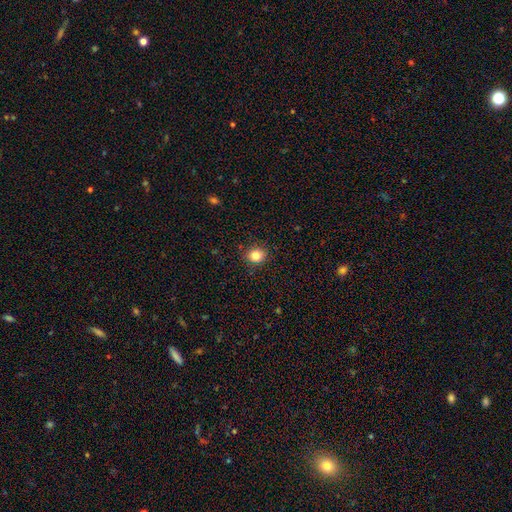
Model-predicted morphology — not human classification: The model was most divided on "how rounded": round: 72%, in between: 27%, cigar-shaped: 1%. More confident: merging — none (89%); smooth or featured — smooth (83%).